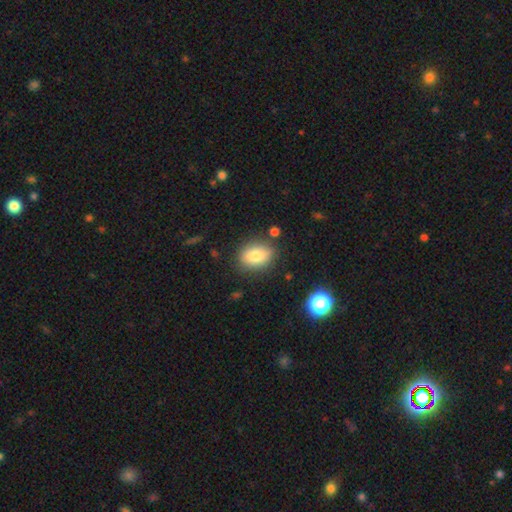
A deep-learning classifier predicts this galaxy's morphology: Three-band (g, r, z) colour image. It shows a smooth galaxy with no disk features (79%) that is in between round and cigar-shaped (67%). Merging: none (80%).